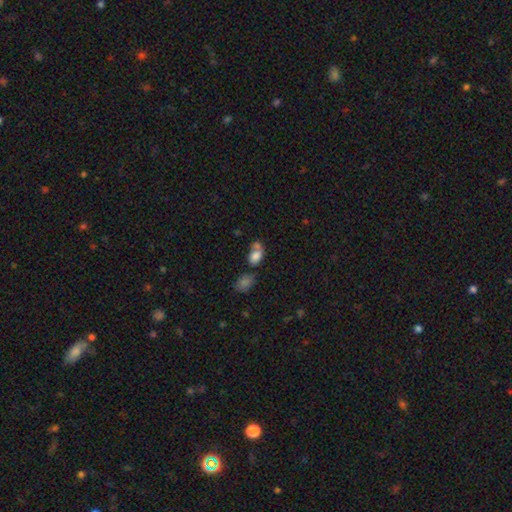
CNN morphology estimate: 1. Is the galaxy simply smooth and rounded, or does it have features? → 78% smooth, 12% featured or disk, 10% star or artifact.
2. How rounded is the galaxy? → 80% in between, 18% round, 2% cigar-shaped.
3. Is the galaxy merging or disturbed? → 50% merger, 30% none, 13% minor disturbance, 7% major disturbance.